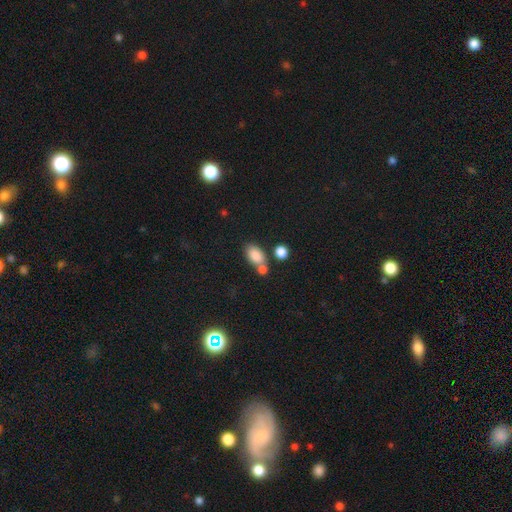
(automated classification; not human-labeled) smooth_or_featured: smooth (p=0.84) [alt: star or artifact p=0.09]
how_rounded: in between (p=0.87) [alt: round p=0.10]
merging: none (p=0.52) [alt: merger p=0.30]